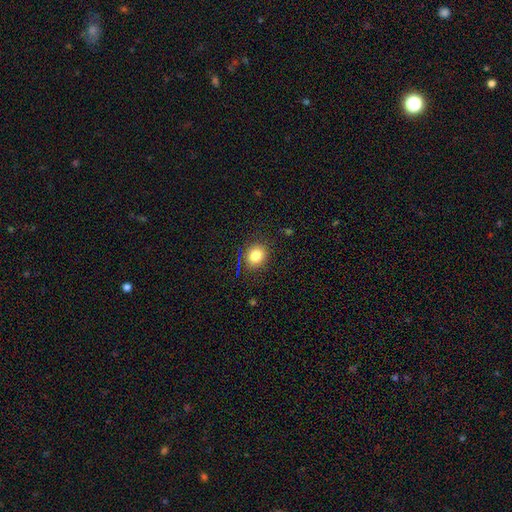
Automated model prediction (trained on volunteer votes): smooth-or-featured: smooth: 81% | star or artifact: 12% | featured or disk: 7%
  how-rounded: round: 66% | in between: 33% | cigar-shaped: 1%
  merging: none: 86% | minor disturbance: 10% | major disturbance: 3% | merger: 1%